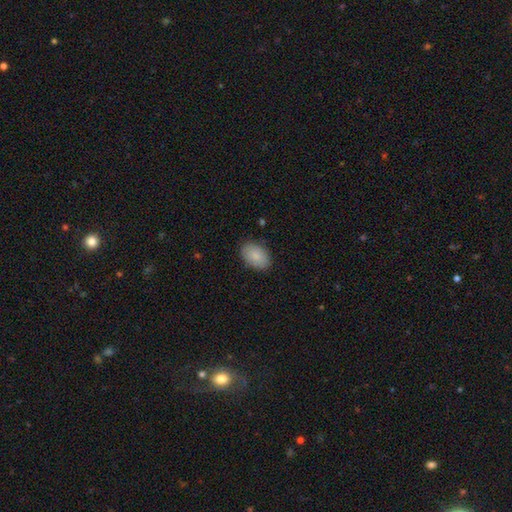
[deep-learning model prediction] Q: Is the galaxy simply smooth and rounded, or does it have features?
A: smooth — 88%.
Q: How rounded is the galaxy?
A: in between — 89%.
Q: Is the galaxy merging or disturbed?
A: none — 86%.